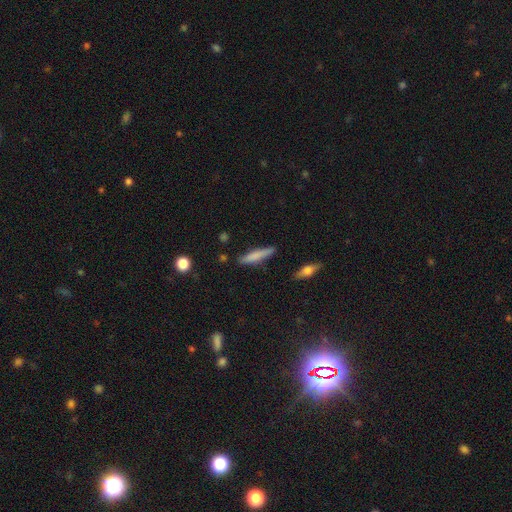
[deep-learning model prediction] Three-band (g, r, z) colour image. It shows a smooth galaxy with no disk features (73%) that is cigar-shaped (86%). Merging: none (81%).